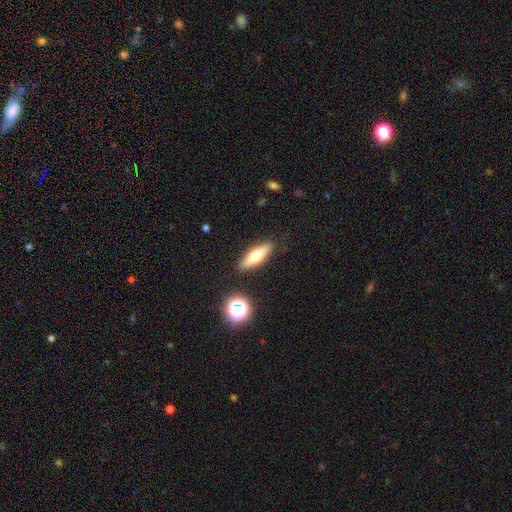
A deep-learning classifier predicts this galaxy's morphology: Smooth or featured?
  - smooth: 58% *
  - featured or disk: 34%
  - star or artifact: 8%
How rounded?
  - cigar-shaped: 59% *
  - in between: 38%
  - round: 3%
Merging?
  - none: 86% *
  - minor disturbance: 9%
  - merger: 2%
  - major disturbance: 2%